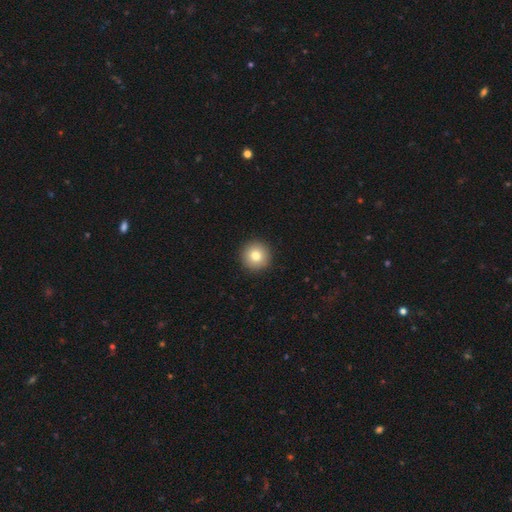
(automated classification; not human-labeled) smooth-or-featured: smooth: 80% | featured or disk: 11% | star or artifact: 10%
  how-rounded: round: 96% | in between: 3% | cigar-shaped: 1%
  merging: none: 93% | minor disturbance: 4% | major disturbance: 1% | merger: 1%